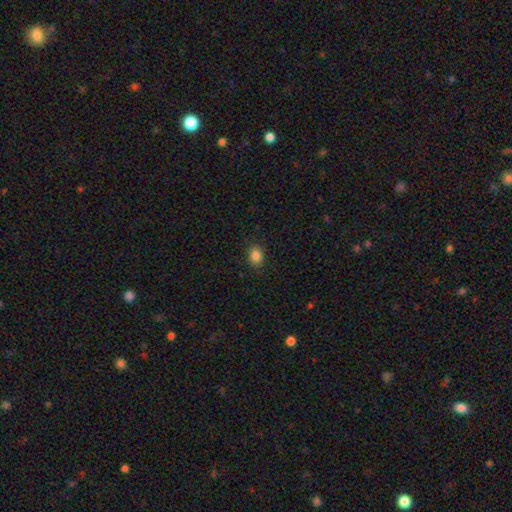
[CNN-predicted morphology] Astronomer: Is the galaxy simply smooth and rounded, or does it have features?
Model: smooth — 86%.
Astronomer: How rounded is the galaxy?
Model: in between — 63%.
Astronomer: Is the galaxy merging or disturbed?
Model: none — 87%.